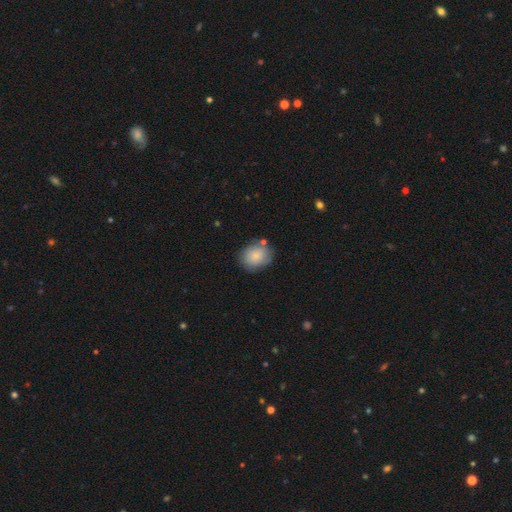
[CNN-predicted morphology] type=smooth (80%); roundness=round (60%); merging=none (73%).